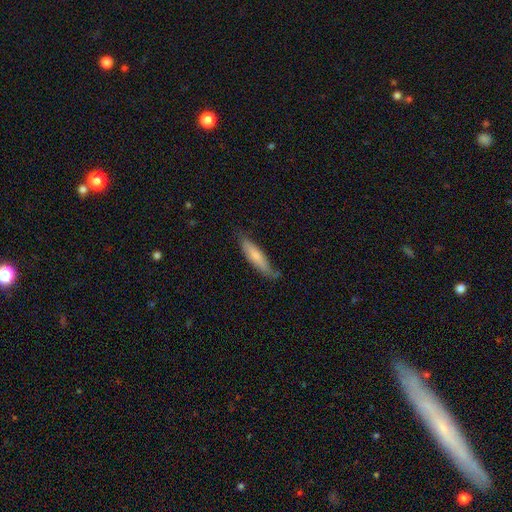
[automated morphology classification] Overall: smooth (72%). How rounded: cigar-shaped (78%). Merging: none (67%).